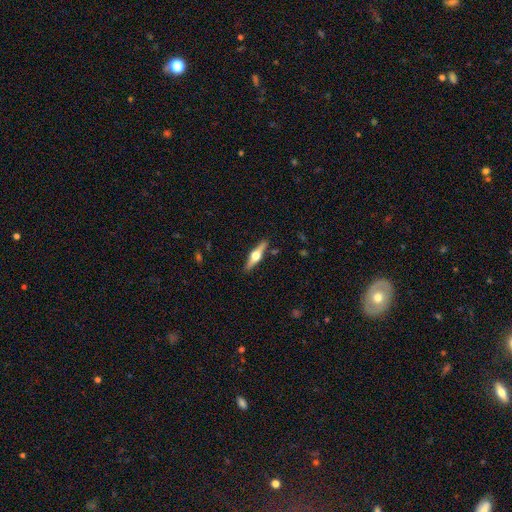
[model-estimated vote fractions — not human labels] Smooth or featured? Predicted: featured or disk (p=0.71). Edge-on disk? Predicted: yes (p=0.97). Edge-on bulge? Predicted: rounded (p=0.96). Merging? Predicted: none (p=0.89).